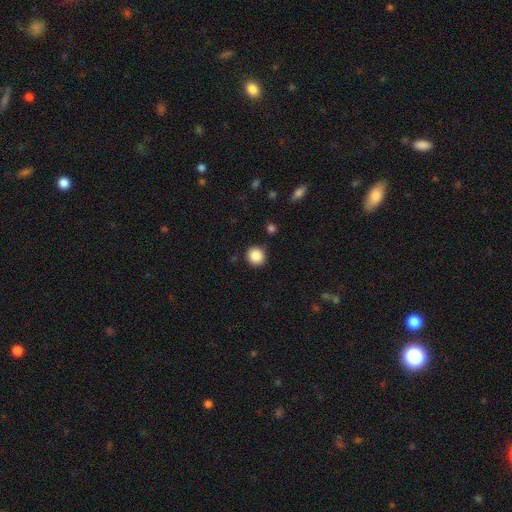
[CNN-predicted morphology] A smooth galaxy with no disk features (87%) that is round (92%). Merging: none (90%).